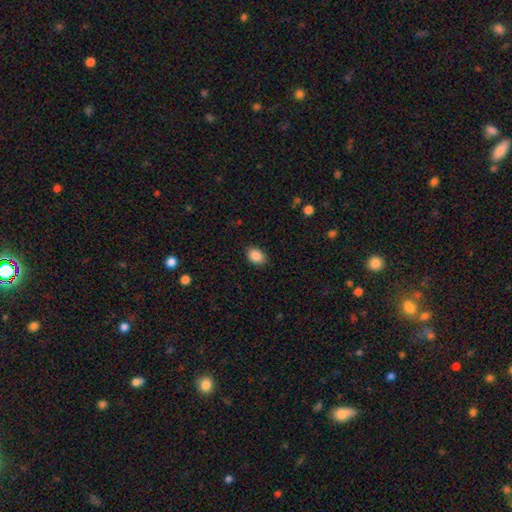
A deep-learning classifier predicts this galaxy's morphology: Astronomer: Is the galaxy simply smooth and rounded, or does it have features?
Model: smooth — 88%.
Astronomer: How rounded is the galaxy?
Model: in between — 76%.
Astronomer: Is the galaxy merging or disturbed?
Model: none — 87%.